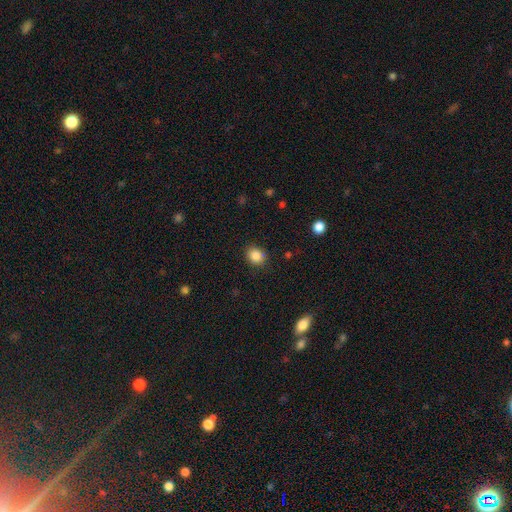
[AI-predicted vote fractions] A smooth galaxy with no disk features (86%) that is round (63%).

Vote fractions:
- Smooth or featured? smooth: 86% / star or artifact: 10% / featured or disk: 4%
- How rounded? round: 63% / in between: 36% / cigar-shaped: 1%
- Merging? none: 86% / minor disturbance: 10% / major disturbance: 3% / merger: 1%